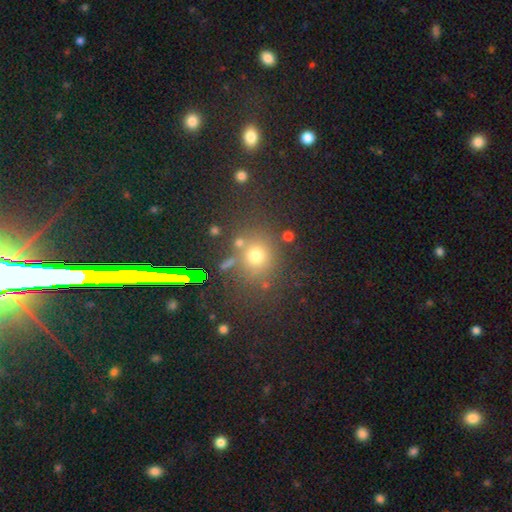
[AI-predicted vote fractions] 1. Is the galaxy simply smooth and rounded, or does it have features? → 67% smooth, 24% star or artifact, 10% featured or disk.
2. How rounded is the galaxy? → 79% round, 20% in between, 1% cigar-shaped.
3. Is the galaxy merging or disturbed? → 73% none, 12% minor disturbance, 9% merger, 6% major disturbance.